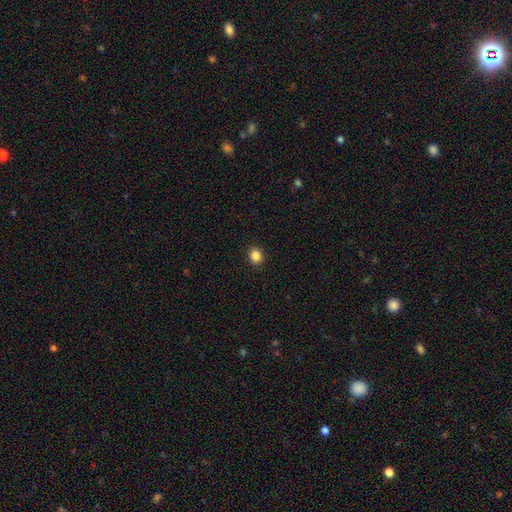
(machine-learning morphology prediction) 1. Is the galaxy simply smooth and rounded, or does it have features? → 86% smooth, 10% star or artifact, 3% featured or disk.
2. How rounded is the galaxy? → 62% round, 37% in between, 1% cigar-shaped.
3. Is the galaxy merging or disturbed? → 92% none, 6% minor disturbance, 2% major disturbance, 1% merger.